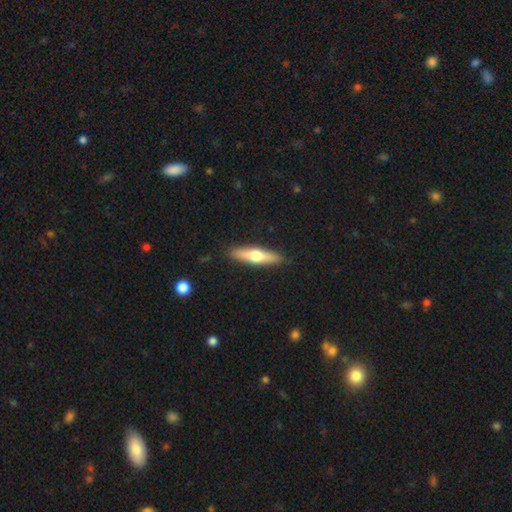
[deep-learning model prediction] The model was most divided on "smooth or featured": smooth: 51%, featured or disk: 44%, star or artifact: 5%. More confident: merging — none (90%); how rounded — cigar-shaped (76%).